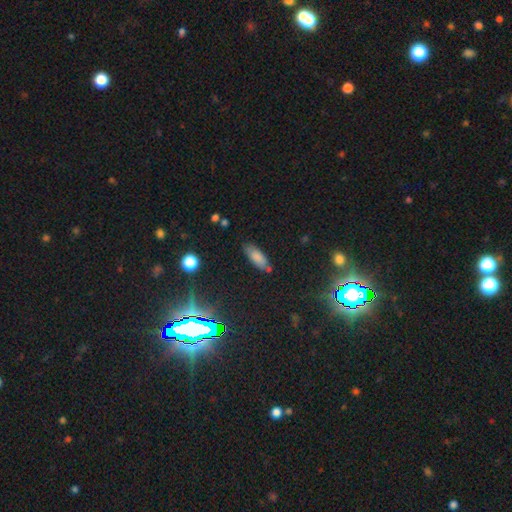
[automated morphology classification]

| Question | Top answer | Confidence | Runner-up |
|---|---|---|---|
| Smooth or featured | smooth | 73% | star or artifact (15%) |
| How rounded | in between | 70% | cigar-shaped (27%) |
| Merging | none | 80% | minor disturbance (14%) |